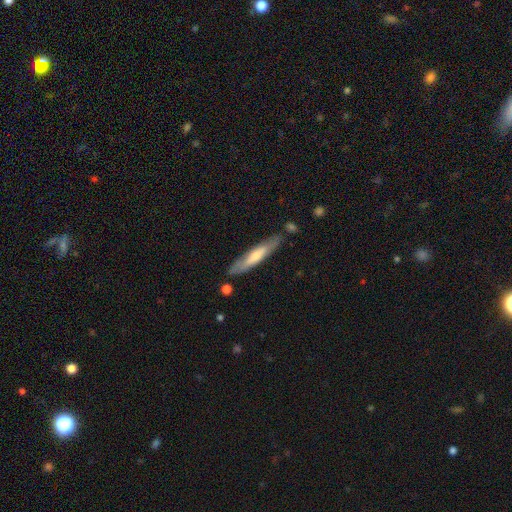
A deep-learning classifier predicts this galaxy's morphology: Overall: featured or disk (51%; smooth 43%). Edge-on disk: yes (72%). Merging: none (80%).